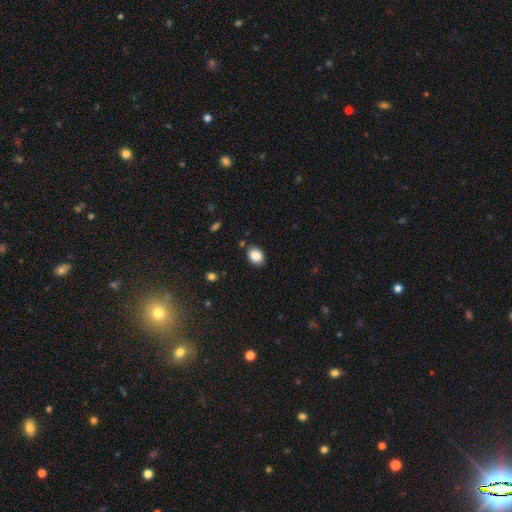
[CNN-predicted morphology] A smooth galaxy with no disk features (87%) that is in between round and cigar-shaped (63%).

Vote fractions:
- Smooth or featured? smooth: 87% / star or artifact: 8% / featured or disk: 5%
- How rounded? in between: 63% / round: 36% / cigar-shaped: 1%
- Merging? none: 86% / minor disturbance: 9% / merger: 2% / major disturbance: 2%